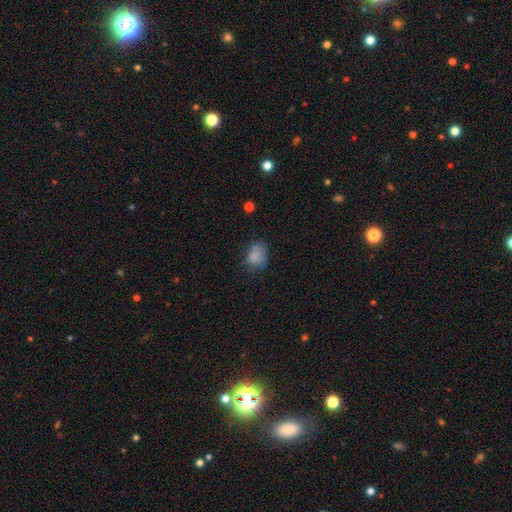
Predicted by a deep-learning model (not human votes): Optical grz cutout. It shows a smooth galaxy with no disk features (76%) that is in between round and cigar-shaped (61%). Merging: none (53%).